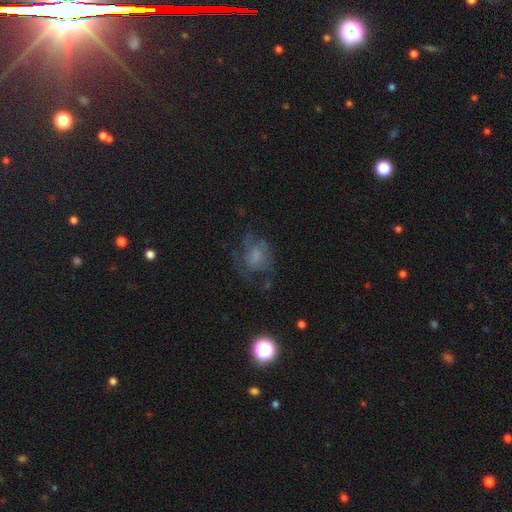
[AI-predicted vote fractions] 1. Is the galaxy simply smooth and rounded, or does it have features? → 45% featured or disk, 39% smooth, 16% star or artifact.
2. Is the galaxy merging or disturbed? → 49% none, 27% major disturbance, 22% minor disturbance, 2% merger.